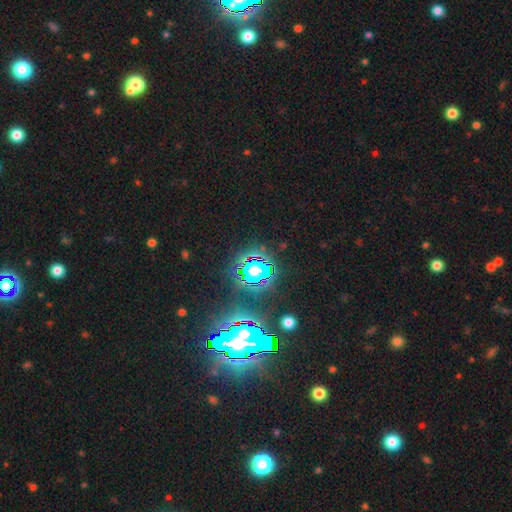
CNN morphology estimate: Overall: star or artifact (83%).